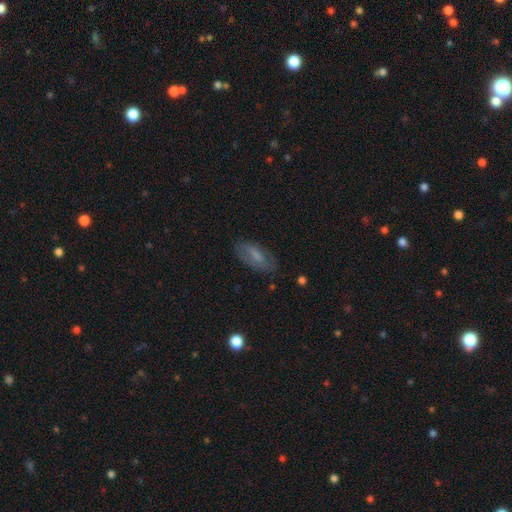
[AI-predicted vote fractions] smooth 63%, featured or disk 28%, star or artifact 8%. Down the decision tree: how rounded — in between (80%); merging — none (75%).